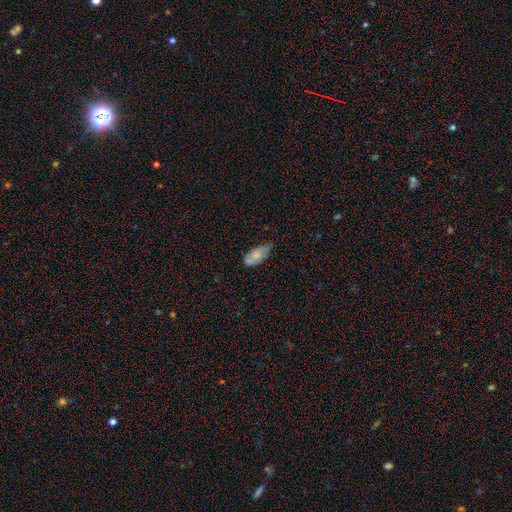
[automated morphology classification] Smooth or featured? Predicted: smooth (p=0.74). How rounded? Predicted: in between (p=0.87). Merging? Predicted: none (p=0.50).